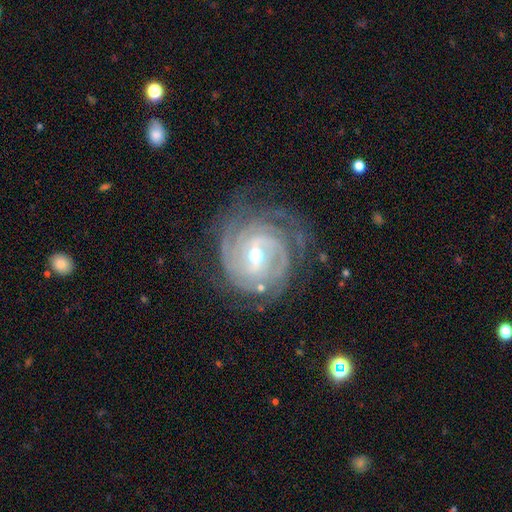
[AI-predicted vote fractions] The model was most divided on "spiral arm count": can't tell: 26%, 3: 25%, 2: 18%, 4: 18%, more than 4: 8%, 1: 5%. More confident: spiral arms — yes (97%); edge-on disk — no (97%); smooth or featured — featured or disk (89%); spiral winding — tight (72%); merging — none (68%); bulge size — moderate (61%); bar — weak (50%).